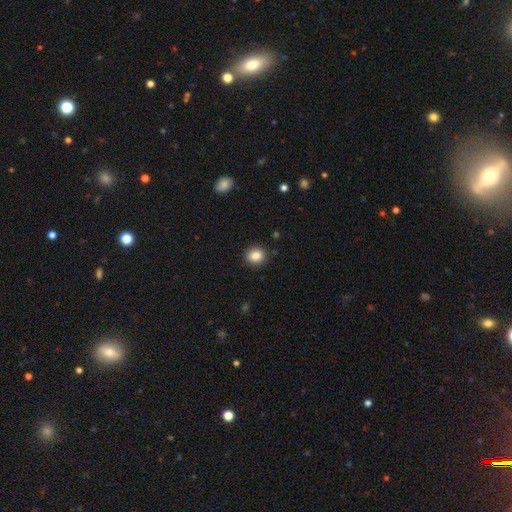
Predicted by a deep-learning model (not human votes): smooth_or_featured: smooth (p=0.86) [alt: star or artifact p=0.09]
how_rounded: round (p=0.71) [alt: in between p=0.28]
merging: none (p=0.90) [alt: minor disturbance p=0.07]